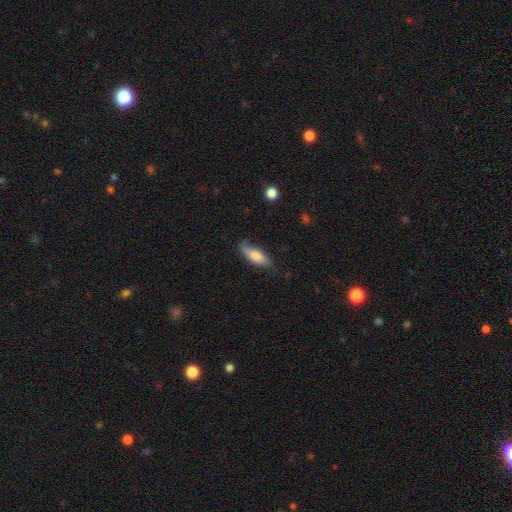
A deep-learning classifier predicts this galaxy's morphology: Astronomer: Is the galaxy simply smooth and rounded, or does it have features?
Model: smooth — 69%.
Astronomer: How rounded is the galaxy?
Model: in between — 62%.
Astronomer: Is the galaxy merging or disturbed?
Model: none — 62%.